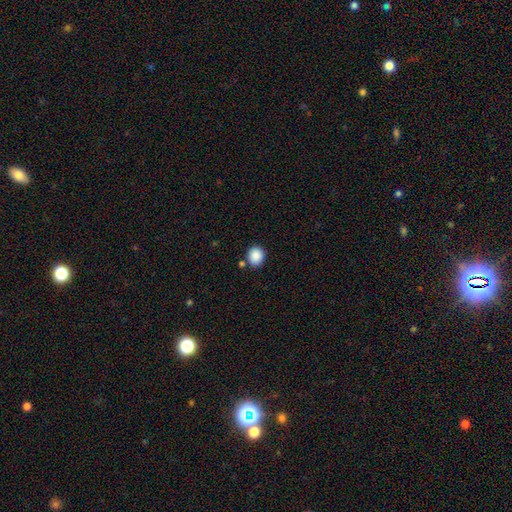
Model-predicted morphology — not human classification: Overall: smooth (89%). How rounded: round (74%). Merging: none (80%).